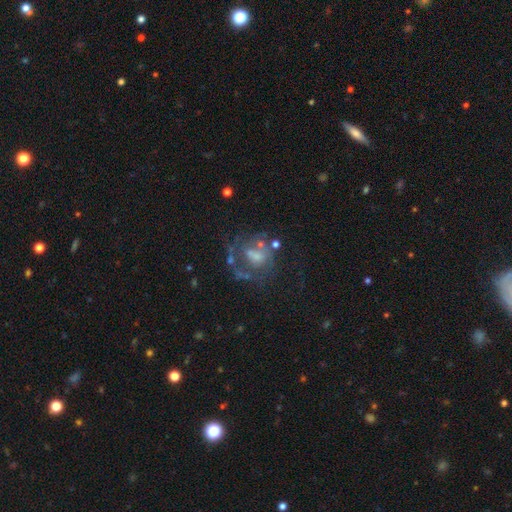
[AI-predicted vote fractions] Smooth or featured? Predicted: featured or disk (p=0.64). Edge-on disk? Predicted: no (p=0.97). Bar? Predicted: no (p=0.59). Spiral arms? Predicted: yes (p=0.57). Bulge size? Predicted: moderate (p=0.34). Merging? Predicted: none (p=0.44).